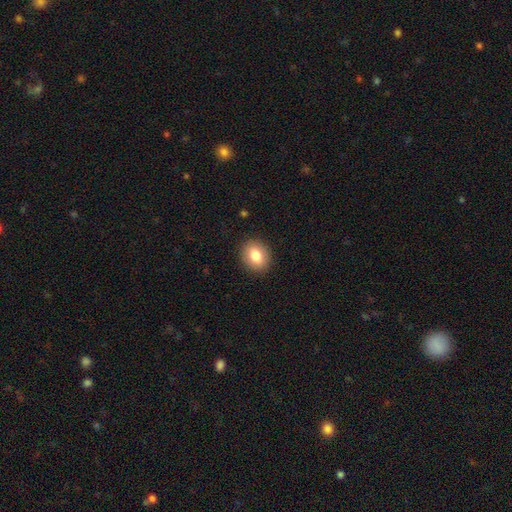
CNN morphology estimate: type=smooth (82%); roundness=in between (57%); merging=none (89%).